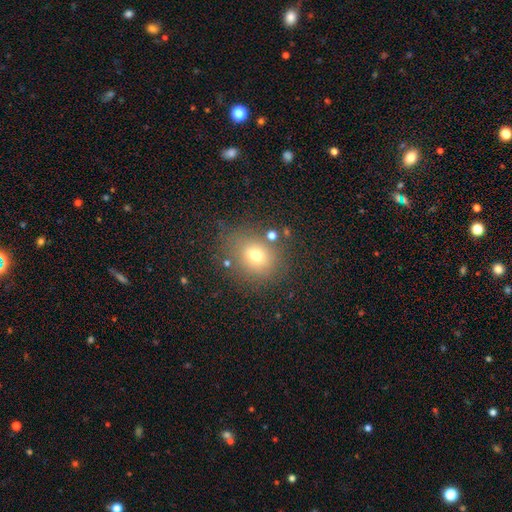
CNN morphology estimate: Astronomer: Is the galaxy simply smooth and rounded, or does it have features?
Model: smooth — 70%.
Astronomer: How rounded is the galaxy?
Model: round — 69%.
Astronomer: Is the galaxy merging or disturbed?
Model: none — 75%.